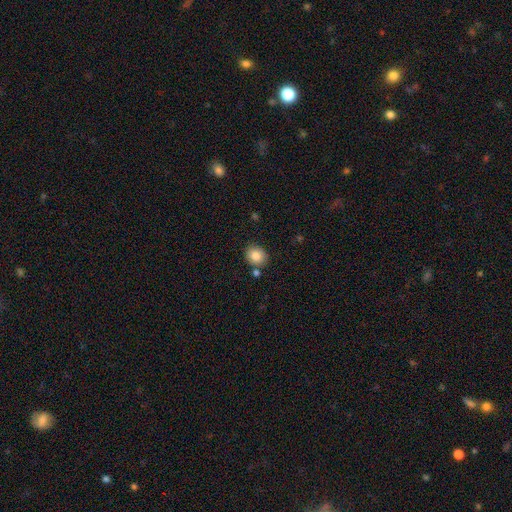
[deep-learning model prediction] Smooth or featured: smooth — 86% (star or artifact — 9%)
How rounded: round — 65% (in between — 34%)
Merging: none — 80% (minor disturbance — 11%)